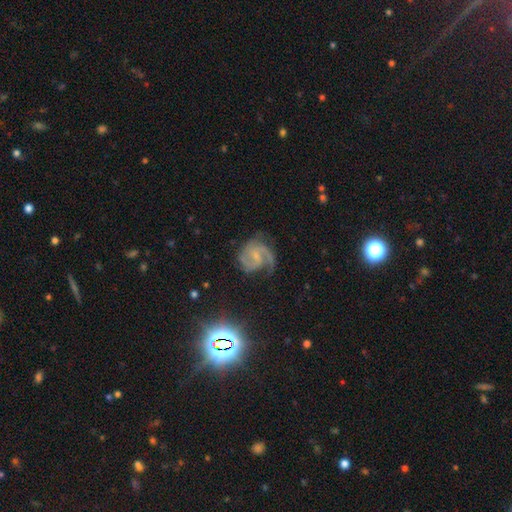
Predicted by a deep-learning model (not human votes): A featured or disk galaxy (86%) with no bar (46%), 2 (66%) medium (52%) spiral arms (97%) and a small central bulge (66%).

Vote fractions:
- Smooth or featured? featured or disk: 86% / smooth: 8% / star or artifact: 7%
- Edge-on disk? no: 98% / yes: 2%
- Bar? no: 46% / weak: 44% / strong: 10%
- Spiral arms? yes: 97% / no: 3%
- Spiral winding? medium: 52% / tight: 31% / loose: 17%
- Spiral arm count? 2: 66% / 3: 13% / 1: 9% / can't tell: 7% / 4: 2% / more than 4: 2%
- Bulge size? small: 66% / moderate: 18% / none: 15% / large: 1% / dominant: 1%
- Merging? none: 63% / minor disturbance: 21% / major disturbance: 15% / merger: 2%